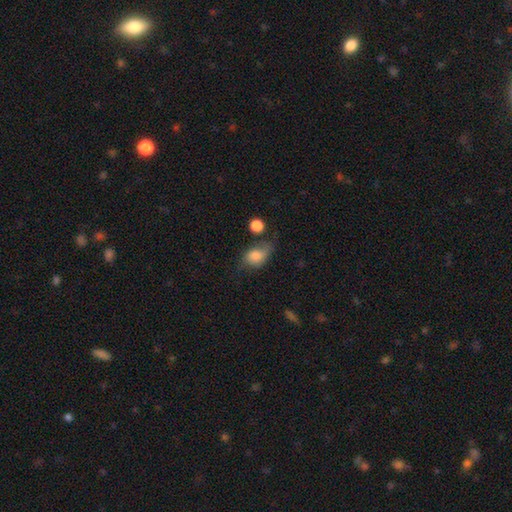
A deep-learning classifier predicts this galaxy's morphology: smooth 77%, featured or disk 14%, star or artifact 9%. Down the decision tree: how rounded — in between (75%); merging — none (40%).